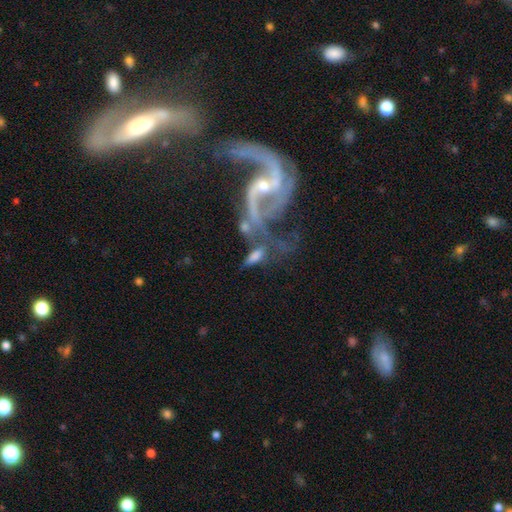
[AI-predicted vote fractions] smooth 55%, featured or disk 35%, star or artifact 10%. Down the decision tree: how rounded — in between (77%); merging — merger (38%).